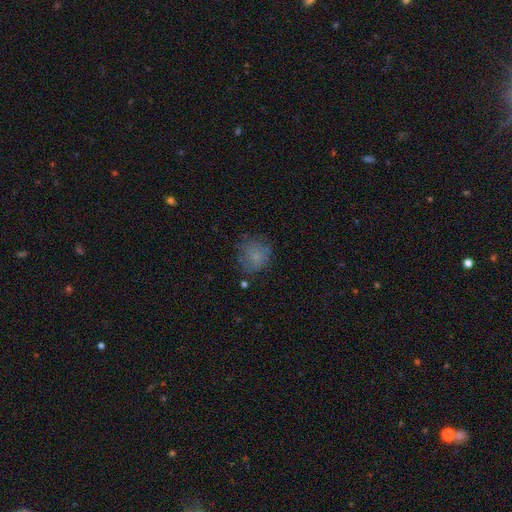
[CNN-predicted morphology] A smooth galaxy with no disk features (73%) that is round (78%).

Vote fractions:
- Smooth or featured? smooth: 73% / featured or disk: 14% / star or artifact: 13%
- How rounded? round: 78% / in between: 21% / cigar-shaped: 1%
- Merging? none: 64% / minor disturbance: 22% / major disturbance: 12% / merger: 3%